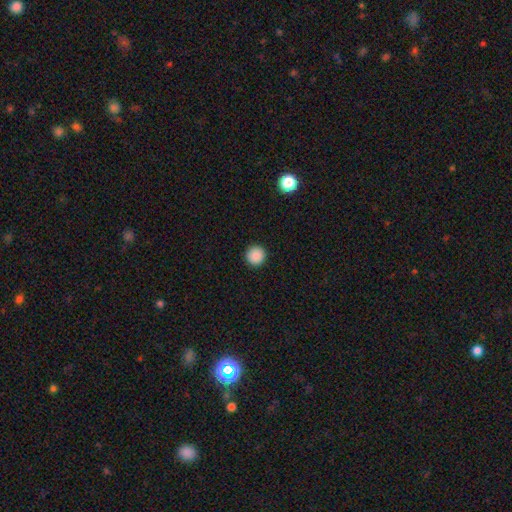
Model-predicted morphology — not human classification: This is clearly a smooth galaxy (88%). How rounded: clearly round (96%). Merging: clearly none (93%).